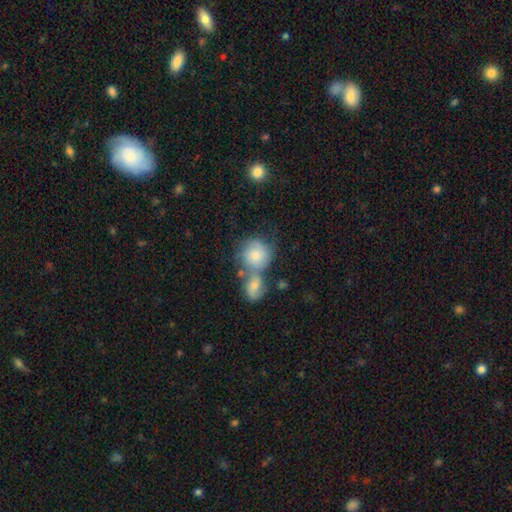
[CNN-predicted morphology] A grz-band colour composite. It shows a smooth galaxy with no disk features (71%) that is round (80%). Merging: merger (54%).